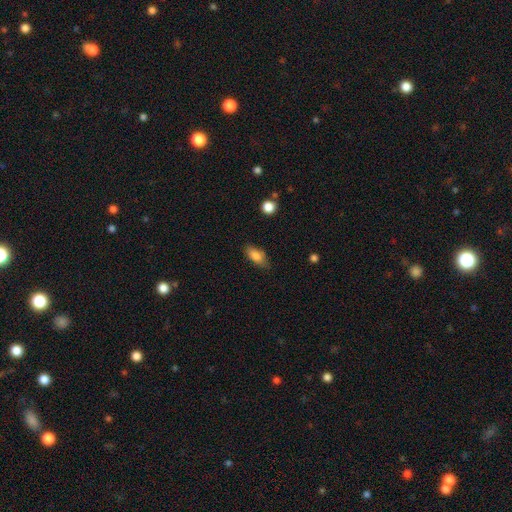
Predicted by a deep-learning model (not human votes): Q: Smooth or featured?
A: smooth (82%); runner-up: featured or disk (10%)
Q: How rounded?
A: in between (84%); runner-up: cigar-shaped (11%)
Q: Merging?
A: none (78%); runner-up: minor disturbance (17%)